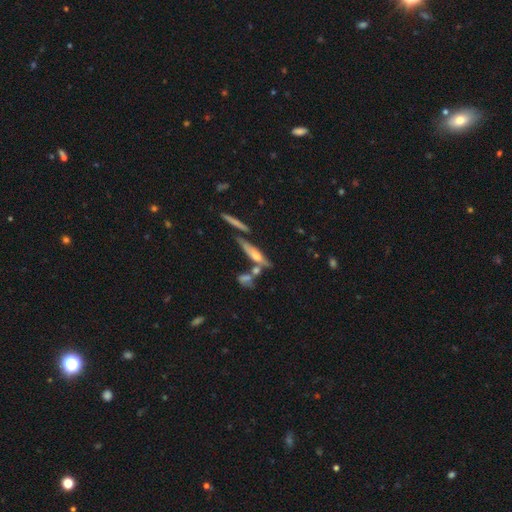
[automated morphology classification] type=featured or disk (61%); edge-on=yes (85%); edge-on bulge=rounded (78%); merging=none (59%).